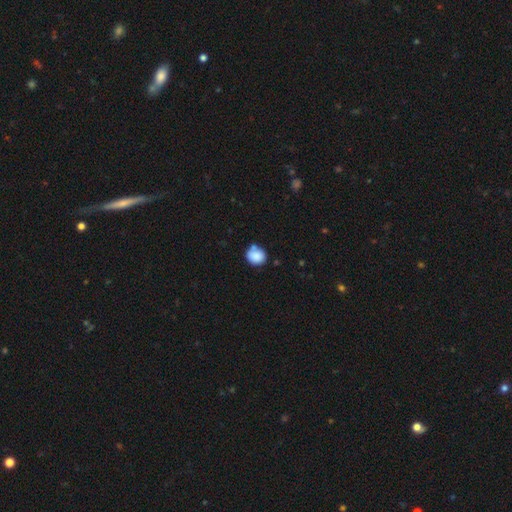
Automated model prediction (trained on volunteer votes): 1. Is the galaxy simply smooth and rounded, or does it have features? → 86% smooth, 8% star or artifact, 6% featured or disk.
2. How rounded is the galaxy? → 79% round, 20% in between, 1% cigar-shaped.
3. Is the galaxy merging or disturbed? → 62% none, 21% minor disturbance, 13% merger, 5% major disturbance.